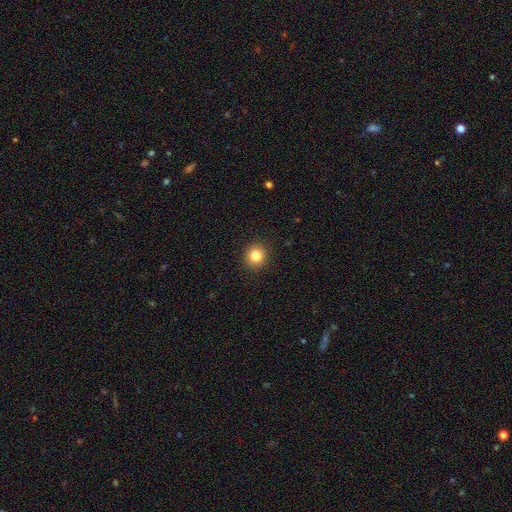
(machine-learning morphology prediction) Smooth or featured: smooth — 82% (star or artifact — 12%)
How rounded: round — 90% (in between — 9%)
Merging: none — 92% (minor disturbance — 5%)